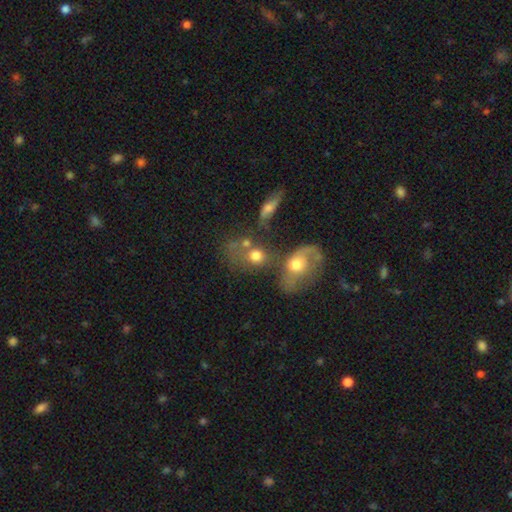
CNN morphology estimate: The model was most divided on "how rounded": round: 52%, in between: 46%, cigar-shaped: 2%. More confident: smooth or featured — smooth (63%); merging — merger (53%).